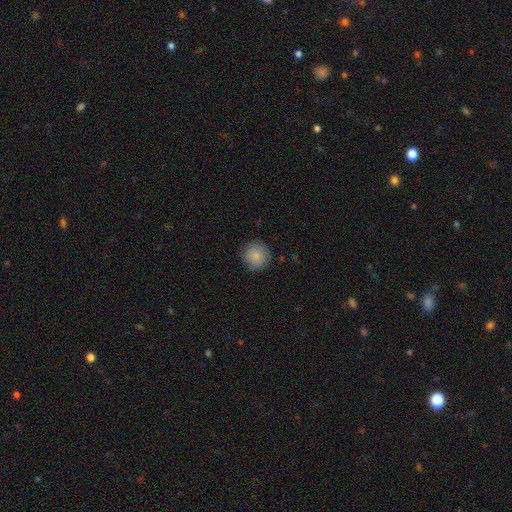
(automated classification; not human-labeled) smooth 86%, star or artifact 8%, featured or disk 6%. Down the decision tree: how rounded — round (94%); merging — none (88%).